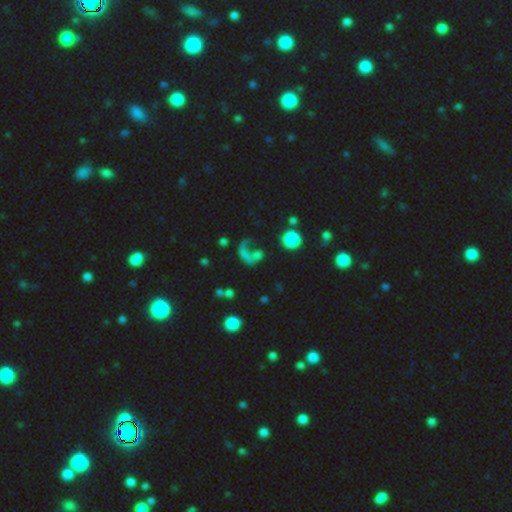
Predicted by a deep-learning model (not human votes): This appears to be a smooth galaxy with no disk features (44%). Merging: major disturbance (39%).